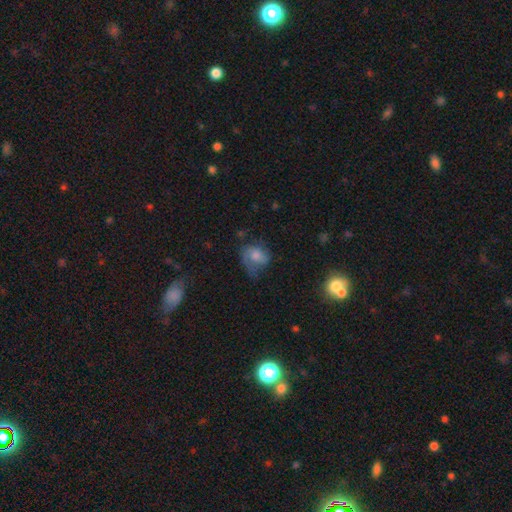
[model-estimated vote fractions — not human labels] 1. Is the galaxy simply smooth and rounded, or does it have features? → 54% smooth, 36% featured or disk, 10% star or artifact.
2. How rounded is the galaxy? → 50% in between, 48% round, 1% cigar-shaped.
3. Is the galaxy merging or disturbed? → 39% none, 32% minor disturbance, 27% major disturbance, 2% merger.